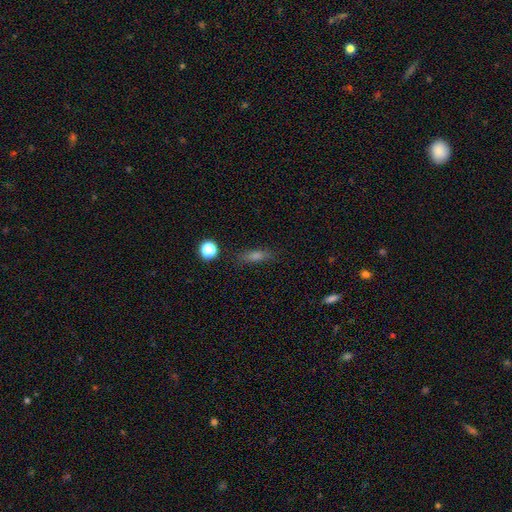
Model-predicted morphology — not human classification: Overall: smooth (62%). How rounded: cigar-shaped (57%; in between 36%). Merging: none (83%).